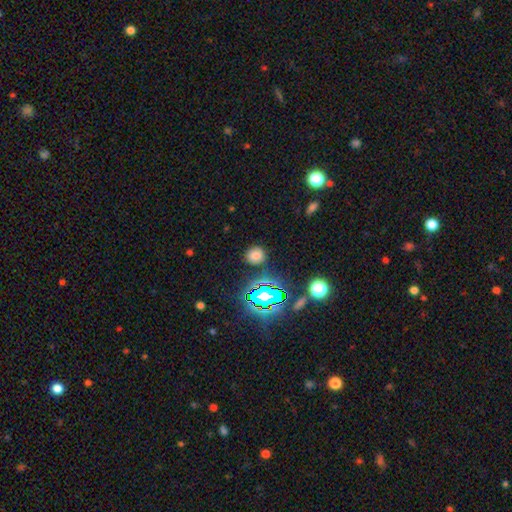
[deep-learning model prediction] Smooth or featured? Predicted: smooth (p=0.67). How rounded? Predicted: round (p=0.77). Merging? Predicted: none (p=0.84).